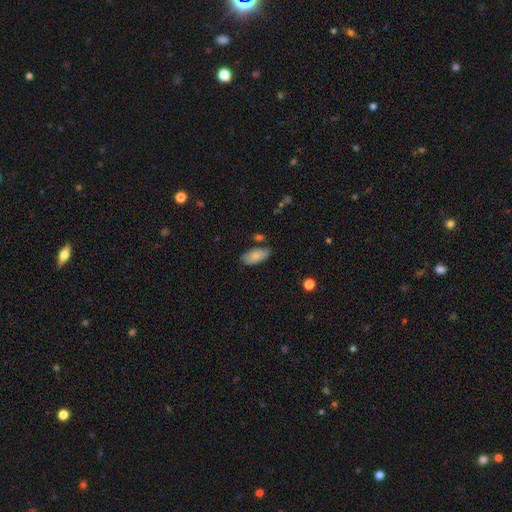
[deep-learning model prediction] The model was most divided on "merging": none: 68%, minor disturbance: 22%, merger: 6%, major disturbance: 4%. More confident: how rounded — in between (93%); smooth or featured — smooth (83%).